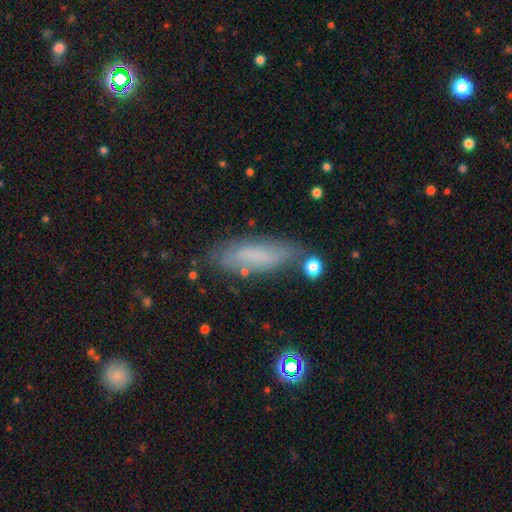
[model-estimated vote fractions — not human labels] Morphology: type=smooth (65%); roundness=cigar-shaped (55%); merging=none (70%).